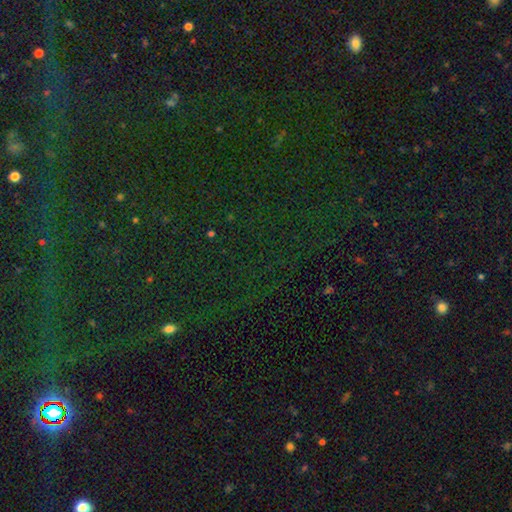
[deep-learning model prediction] Smooth or featured? star or artifact (82%)